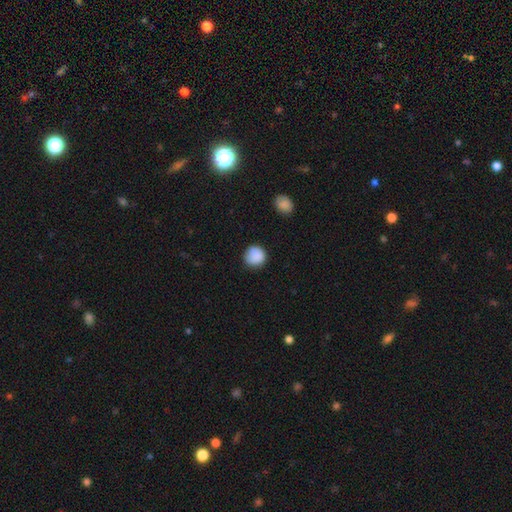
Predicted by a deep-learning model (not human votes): Overall: smooth (87%). How rounded: round (90%). Merging: none (78%).